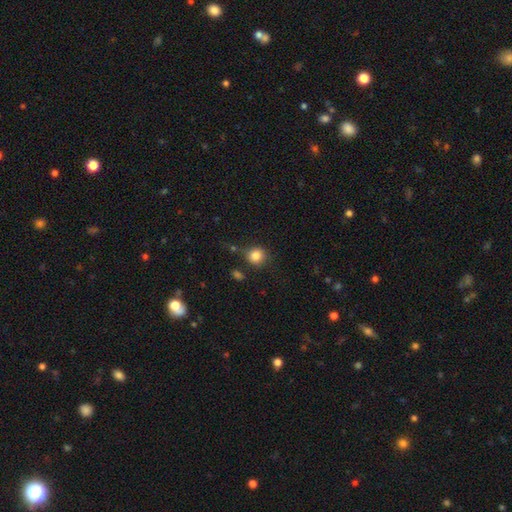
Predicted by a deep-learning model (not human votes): smooth_or_featured: smooth (p=0.83) [alt: star or artifact p=0.11]
how_rounded: round (p=0.88) [alt: in between p=0.11]
merging: none (p=0.73) [alt: minor disturbance p=0.15]